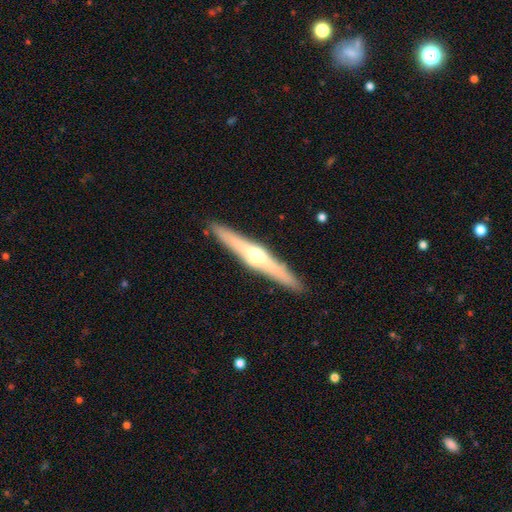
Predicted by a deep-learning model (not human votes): A featured or disk galaxy (71%) viewed edge-on (97%) with a rounded central bulge (93%). Merging: none (91%).